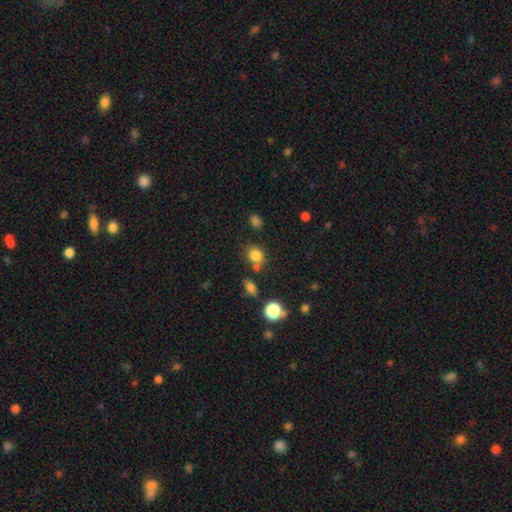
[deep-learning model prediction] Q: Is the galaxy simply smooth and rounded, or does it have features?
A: smooth — 80%.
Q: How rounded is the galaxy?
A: round — 67%.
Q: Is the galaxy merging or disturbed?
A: none — 66%.